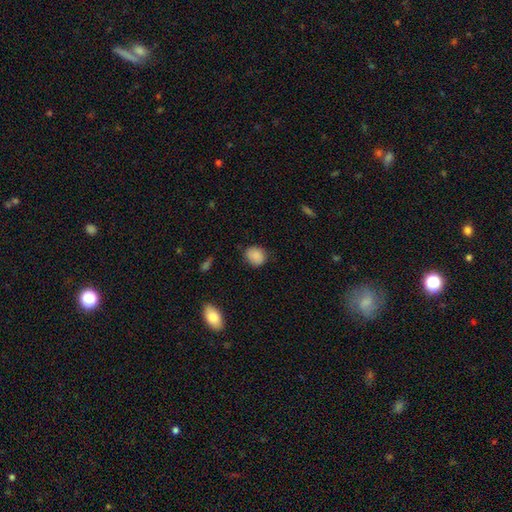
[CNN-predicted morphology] This appears to be a smooth galaxy with no disk features (87%) that is round (63%). Merging: none (77%).